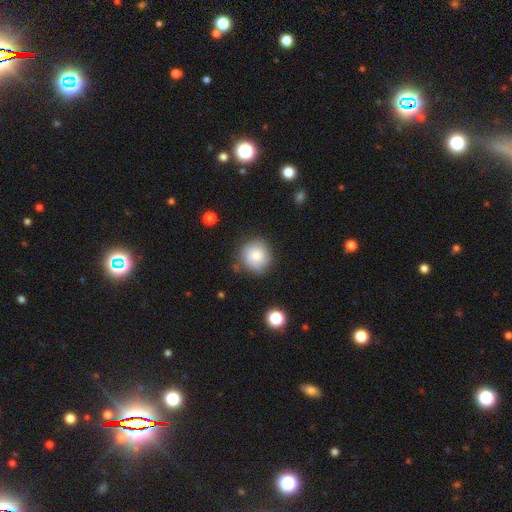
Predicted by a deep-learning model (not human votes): smooth-or-featured: smooth: 77% | featured or disk: 15% | star or artifact: 8%
  how-rounded: round: 91% | in between: 8% | cigar-shaped: 1%
  merging: none: 74% | minor disturbance: 18% | major disturbance: 5% | merger: 3%